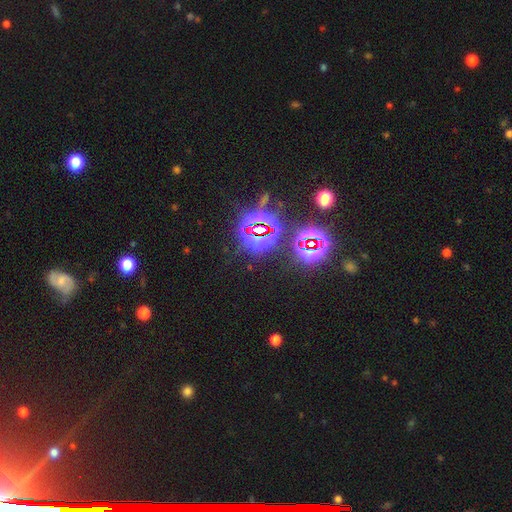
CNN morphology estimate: smooth_or_featured: star or artifact (p=0.82) [alt: smooth p=0.10]